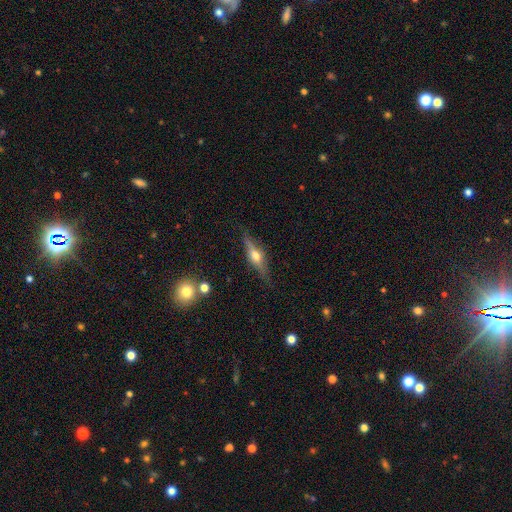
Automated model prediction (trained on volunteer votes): This appears to be a featured or disk galaxy (69%) viewed edge-on (95%) with a rounded central bulge (92%). Merging: none (84%).